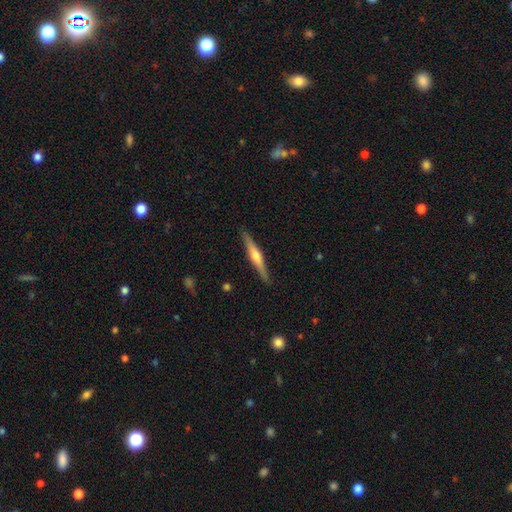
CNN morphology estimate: type=featured or disk (64%); edge-on=yes (97%); edge-on bulge=rounded (85%); merging=none (90%).